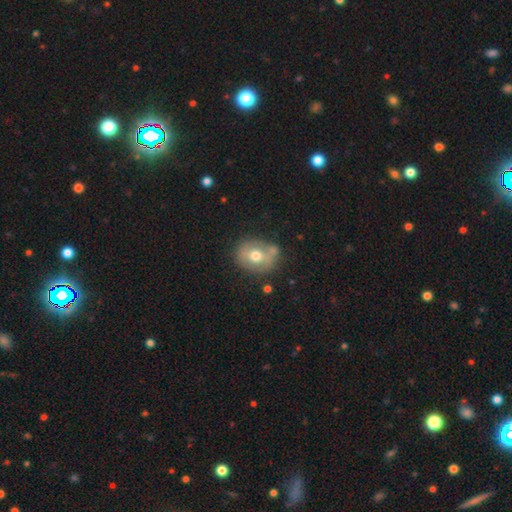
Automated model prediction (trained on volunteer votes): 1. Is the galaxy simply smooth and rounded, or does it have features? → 56% smooth, 35% featured or disk, 9% star or artifact.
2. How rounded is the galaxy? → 62% round, 37% in between, 1% cigar-shaped.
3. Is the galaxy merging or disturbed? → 64% none, 19% minor disturbance, 12% merger, 5% major disturbance.